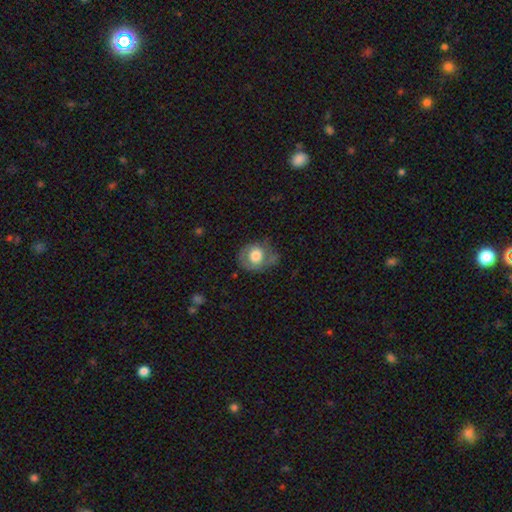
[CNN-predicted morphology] smooth-or-featured: smooth: 64% | featured or disk: 28% | star or artifact: 8%
  how-rounded: round: 67% | in between: 32% | cigar-shaped: 1%
  merging: none: 49% | minor disturbance: 30% | major disturbance: 18% | merger: 3%